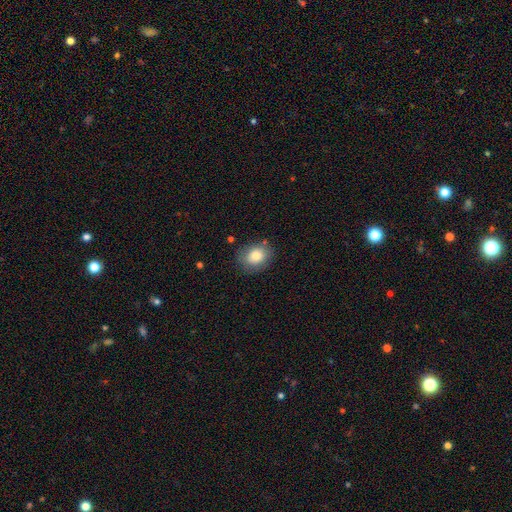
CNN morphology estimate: smooth-or-featured: smooth: 83% | featured or disk: 8% | star or artifact: 8%
  how-rounded: in between: 50% | round: 49% | cigar-shaped: 1%
  merging: none: 77% | minor disturbance: 16% | major disturbance: 4% | merger: 2%